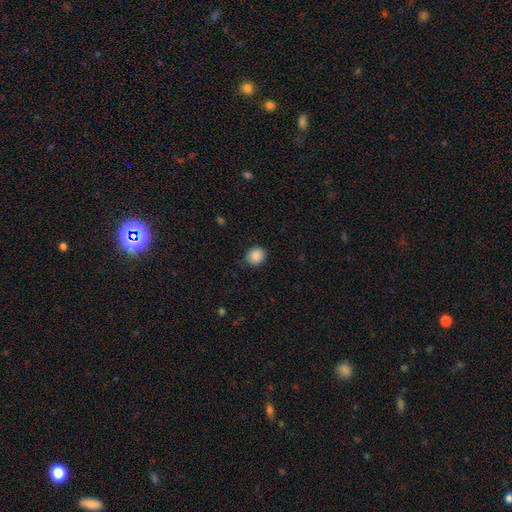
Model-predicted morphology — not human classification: Q: Smooth or featured?
A: smooth (88%); runner-up: star or artifact (8%)
Q: How rounded?
A: round (74%); runner-up: in between (25%)
Q: Merging?
A: none (86%); runner-up: minor disturbance (11%)